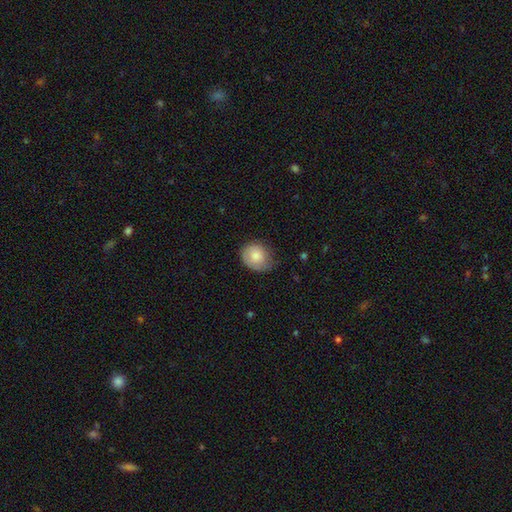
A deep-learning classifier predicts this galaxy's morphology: Smooth or featured: smooth — 78% (featured or disk — 15%)
How rounded: round — 62% (in between — 37%)
Merging: none — 57% (minor disturbance — 33%)